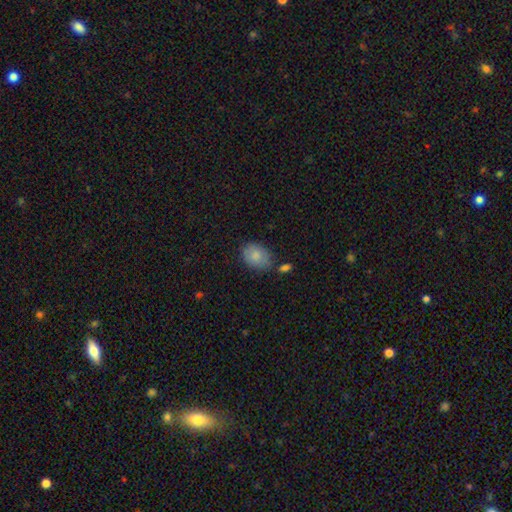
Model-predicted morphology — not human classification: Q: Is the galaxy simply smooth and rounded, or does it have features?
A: smooth — 84%.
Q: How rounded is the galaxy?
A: in between — 76%.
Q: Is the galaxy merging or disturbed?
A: none — 68%.